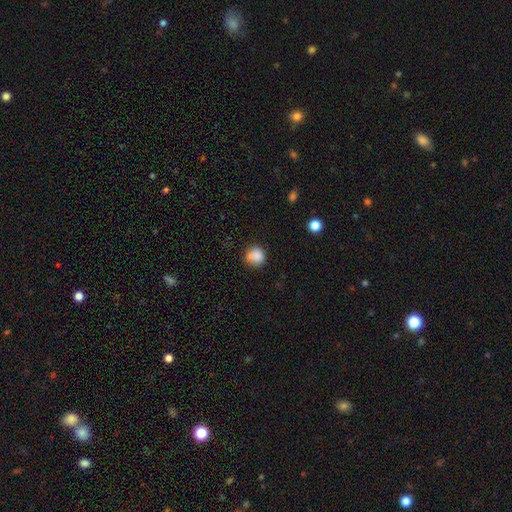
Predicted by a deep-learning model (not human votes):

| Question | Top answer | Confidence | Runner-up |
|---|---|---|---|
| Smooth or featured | smooth | 85% | star or artifact (10%) |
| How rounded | round | 88% | in between (11%) |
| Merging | none | 71% | minor disturbance (19%) |